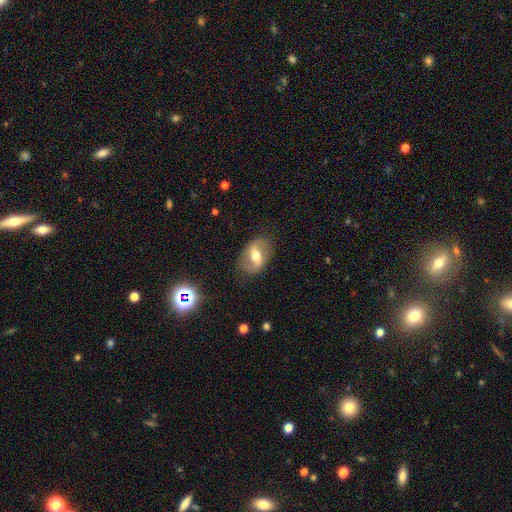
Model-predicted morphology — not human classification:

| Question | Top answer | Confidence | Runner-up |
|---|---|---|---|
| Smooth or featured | featured or disk | 59% | smooth (33%) |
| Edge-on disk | no | 87% | yes (13%) |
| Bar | strong | 51% | weak (34%) |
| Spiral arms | no | 53% | yes (47%) |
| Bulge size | moderate | 71% | small (13%) |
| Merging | none | 80% | minor disturbance (14%) |